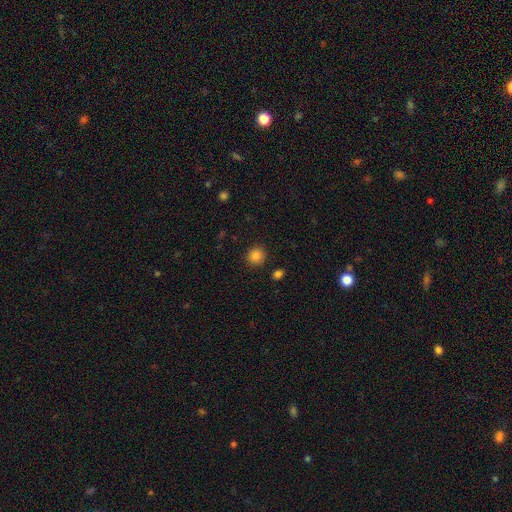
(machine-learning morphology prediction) Smooth or featured?
  - smooth: 85% *
  - star or artifact: 11%
  - featured or disk: 4%
How rounded?
  - round: 90% *
  - in between: 9%
  - cigar-shaped: 1%
Merging?
  - none: 89% *
  - minor disturbance: 7%
  - major disturbance: 2%
  - merger: 2%